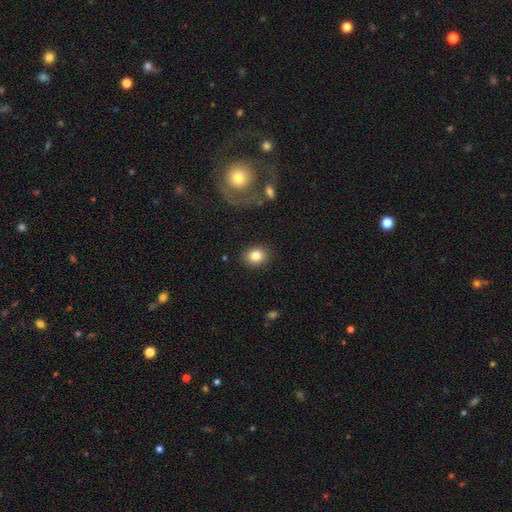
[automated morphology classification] smooth_or_featured: smooth (p=0.83) [alt: star or artifact p=0.09]
how_rounded: round (p=0.55) [alt: in between p=0.44]
merging: none (p=0.88) [alt: minor disturbance p=0.08]